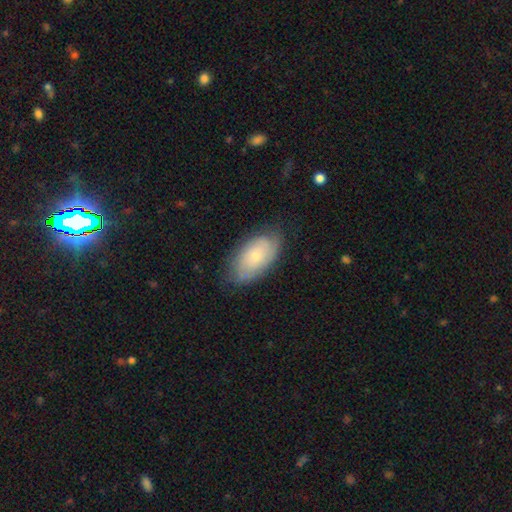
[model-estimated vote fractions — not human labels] The model was most divided on "smooth or featured": smooth: 51%, featured or disk: 43%, star or artifact: 7%. More confident: how rounded — in between (93%); merging — none (74%).